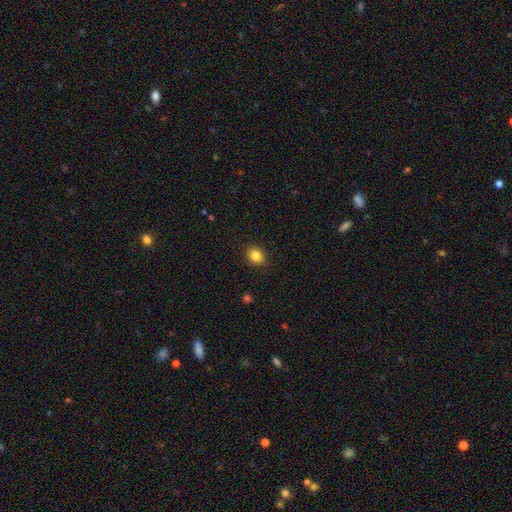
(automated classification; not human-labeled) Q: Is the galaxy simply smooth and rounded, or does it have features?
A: smooth — 85%.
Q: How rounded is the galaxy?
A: round — 61%.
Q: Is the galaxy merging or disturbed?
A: none — 91%.